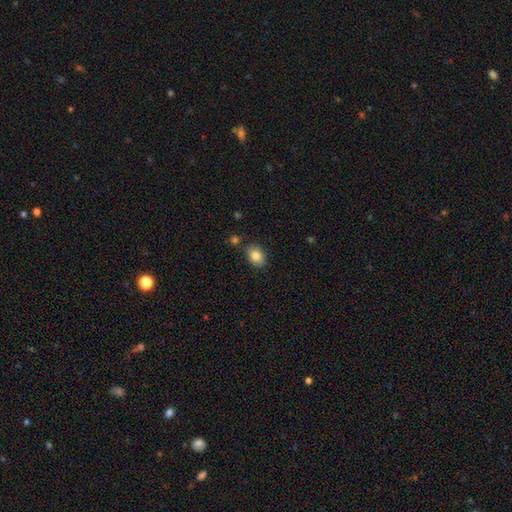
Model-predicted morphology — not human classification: A smooth galaxy with no disk features (84%) that is in between round and cigar-shaped (81%).

Vote fractions:
- Smooth or featured? smooth: 84% / featured or disk: 8% / star or artifact: 8%
- How rounded? in between: 81% / round: 18% / cigar-shaped: 1%
- Merging? none: 80% / minor disturbance: 12% / merger: 5% / major disturbance: 3%